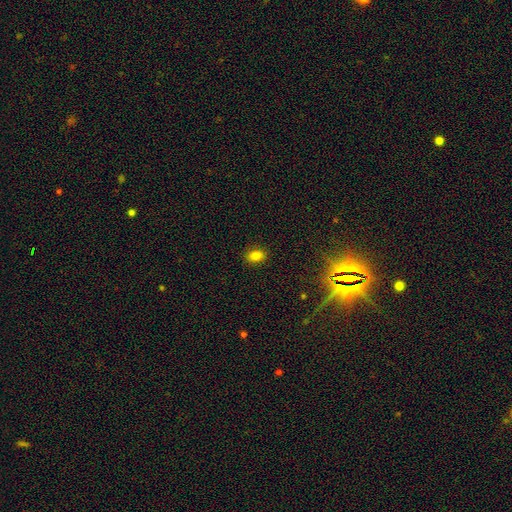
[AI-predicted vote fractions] This is clearly a smooth galaxy (81%). How rounded: likely in between (75%). Merging: clearly none (88%).